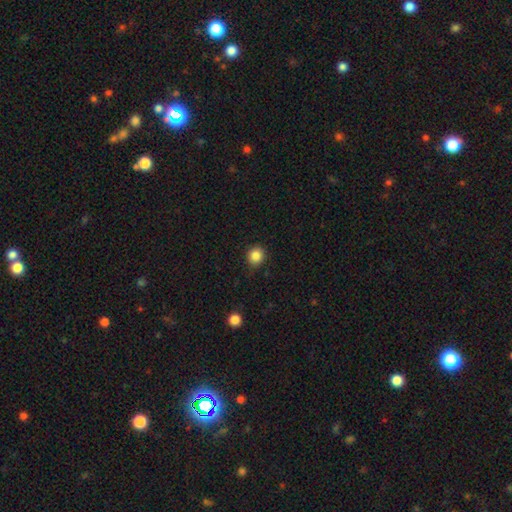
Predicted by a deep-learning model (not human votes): This appears to be a smooth galaxy with no disk features (86%) that is round (85%). Merging: none (87%).